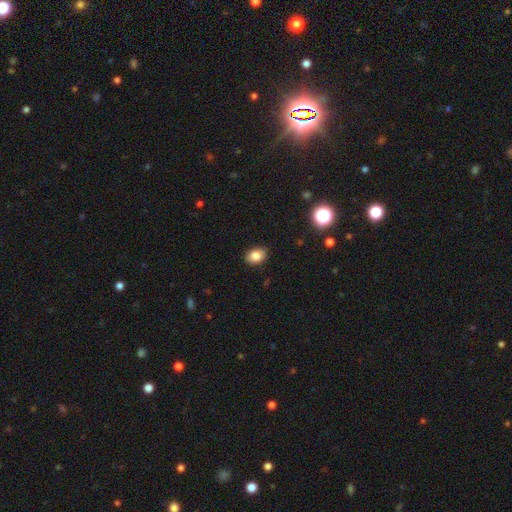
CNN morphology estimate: A smooth galaxy with no disk features (85%) that is in between round and cigar-shaped (74%).

Vote fractions:
- Smooth or featured? smooth: 85% / star or artifact: 9% / featured or disk: 6%
- How rounded? in between: 74% / round: 25% / cigar-shaped: 1%
- Merging? none: 88% / minor disturbance: 9% / major disturbance: 2% / merger: 1%